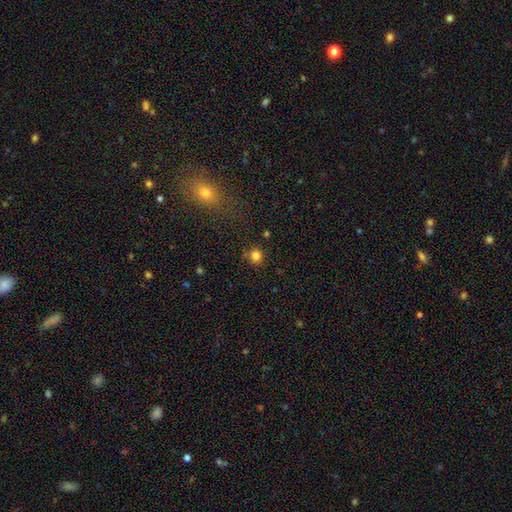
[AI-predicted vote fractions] Smooth or featured? smooth (81%)
How rounded? round (92%)
Merging? none (86%)